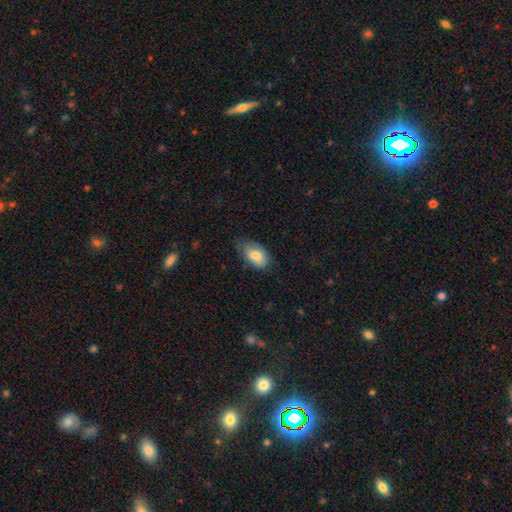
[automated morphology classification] smooth 75%, featured or disk 19%, star or artifact 7%. Down the decision tree: how rounded — in between (92%); merging — none (58%).